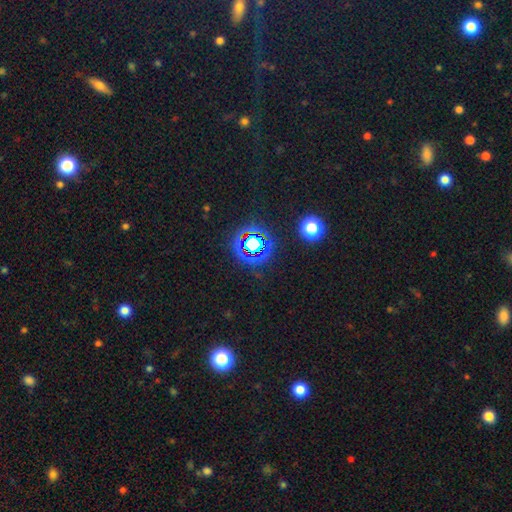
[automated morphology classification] Smooth or featured? Predicted: star or artifact (p=0.78).